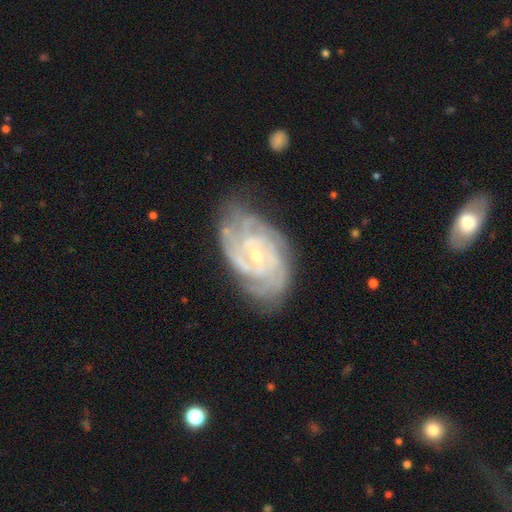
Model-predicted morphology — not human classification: This appears to be a featured or disk galaxy (89%) with no bar (49%), tight (72%) spiral arms (98%) and a small central bulge (71%). Merging: none (71%).